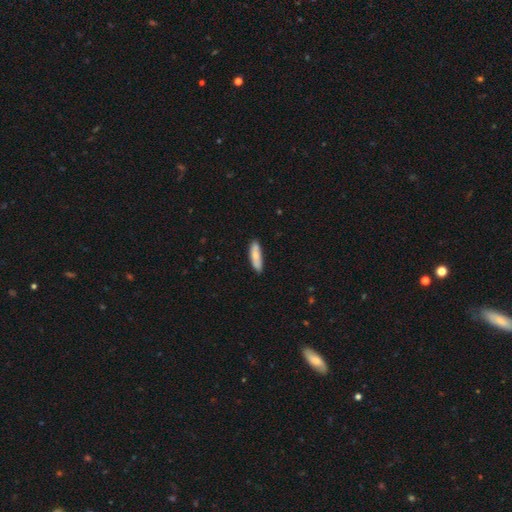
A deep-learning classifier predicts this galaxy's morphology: The model was most divided on "how rounded": cigar-shaped: 65%, in between: 34%, round: 2%. More confident: merging — none (83%); smooth or featured — smooth (76%).